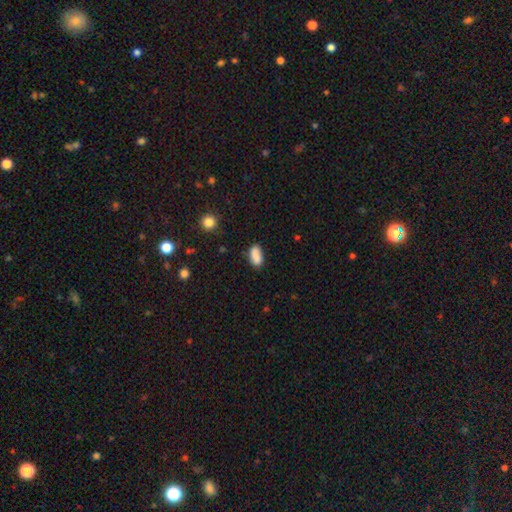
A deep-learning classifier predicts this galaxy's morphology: A smooth galaxy with no disk features (87%) that is in between round and cigar-shaped (88%). Merging: none (76%).